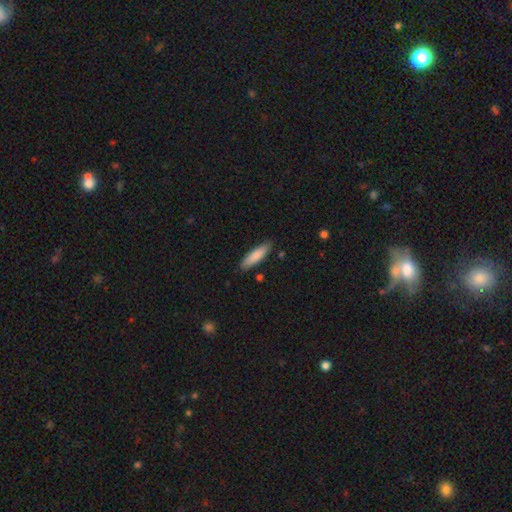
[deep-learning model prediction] Morphology: type=smooth (82%); roundness=cigar-shaped (66%); merging=none (85%).